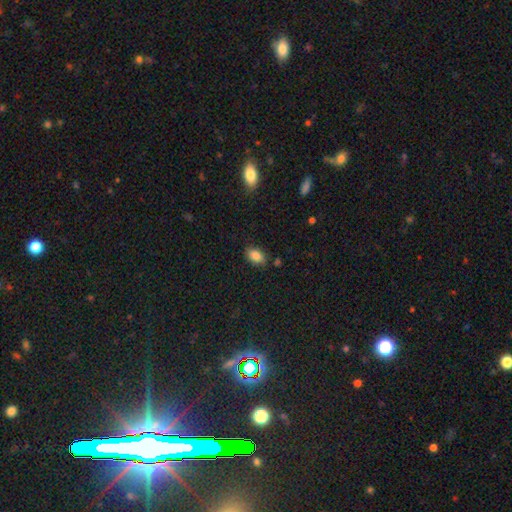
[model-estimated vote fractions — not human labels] Overall: smooth (85%). How rounded: in between (89%). Merging: none (82%).